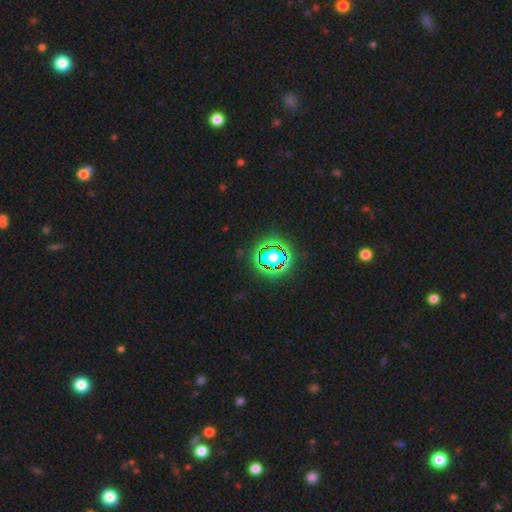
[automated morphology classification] Smooth or featured: star or artifact — 78% (smooth — 14%)